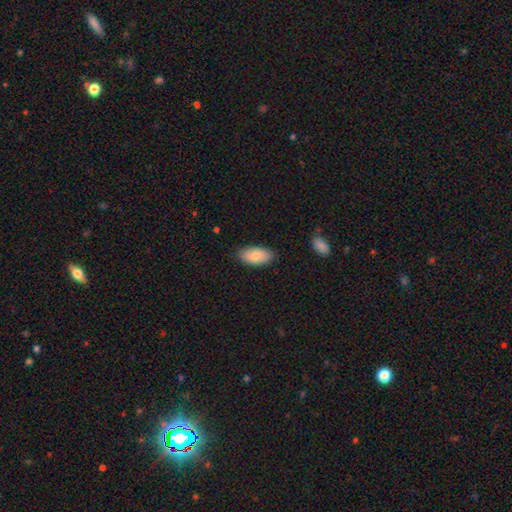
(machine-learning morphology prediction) smooth_or_featured: smooth (p=0.82) [alt: featured or disk p=0.12]
how_rounded: in between (p=0.94) [alt: cigar-shaped p=0.03]
merging: none (p=0.83) [alt: minor disturbance p=0.13]